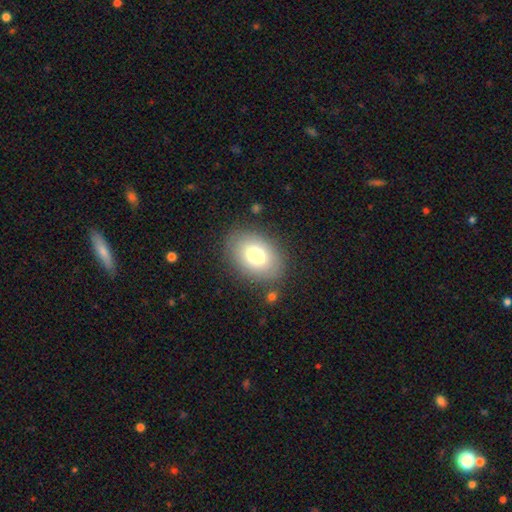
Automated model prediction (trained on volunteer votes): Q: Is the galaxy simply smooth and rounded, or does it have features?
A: smooth — 77%.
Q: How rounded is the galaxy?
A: in between — 75%.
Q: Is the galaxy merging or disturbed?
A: none — 82%.